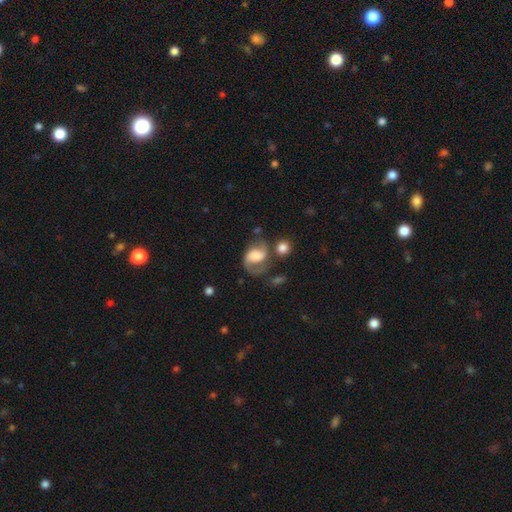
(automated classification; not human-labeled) Q: Smooth or featured?
A: featured or disk (72%); runner-up: smooth (21%)
Q: Edge-on disk?
A: no (97%); runner-up: yes (3%)
Q: Bar?
A: no (41%); runner-up: weak (40%)
Q: Spiral arms?
A: yes (91%); runner-up: no (9%)
Q: Spiral winding?
A: medium (47%); runner-up: loose (39%)
Q: Spiral arm count?
A: 2 (84%); runner-up: 1 (9%)
Q: Bulge size?
A: large (35%); runner-up: moderate (27%)
Q: Merging?
A: none (49%); runner-up: minor disturbance (21%)